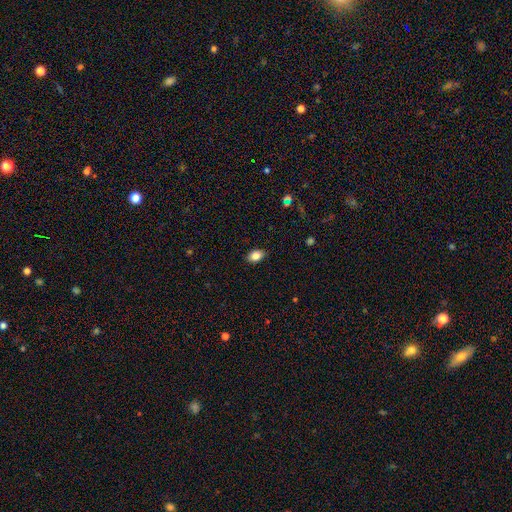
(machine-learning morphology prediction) A smooth galaxy with no disk features (85%) that is in between round and cigar-shaped (83%). Merging: none (86%).